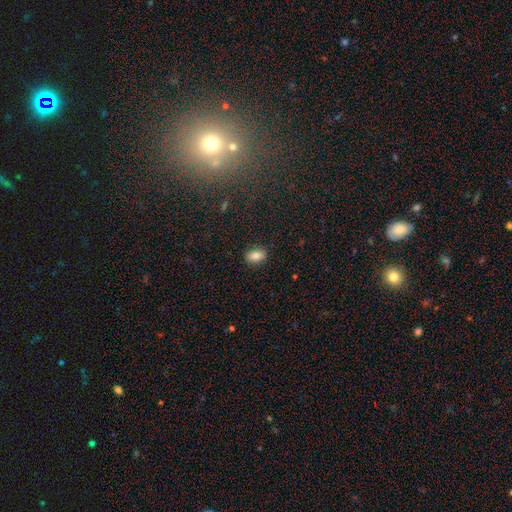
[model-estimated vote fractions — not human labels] Smooth or featured? Predicted: smooth (p=0.81). How rounded? Predicted: in between (p=0.82). Merging? Predicted: none (p=0.87).